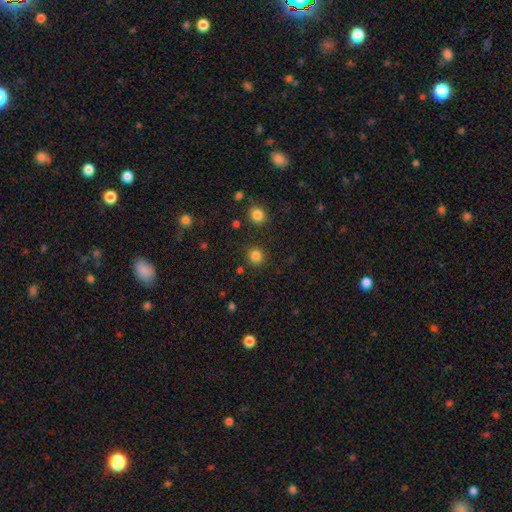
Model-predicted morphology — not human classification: This is clearly a smooth galaxy (83%). How rounded: clearly round (90%). Merging: clearly none (88%).